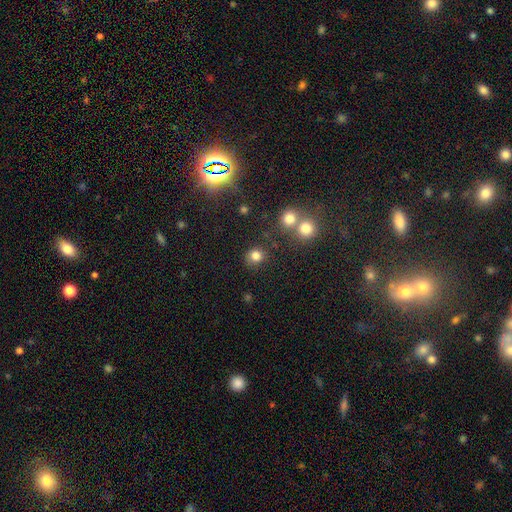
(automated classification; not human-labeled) smooth 80%, star or artifact 14%, featured or disk 6%. Down the decision tree: how rounded — round (82%); merging — none (77%).